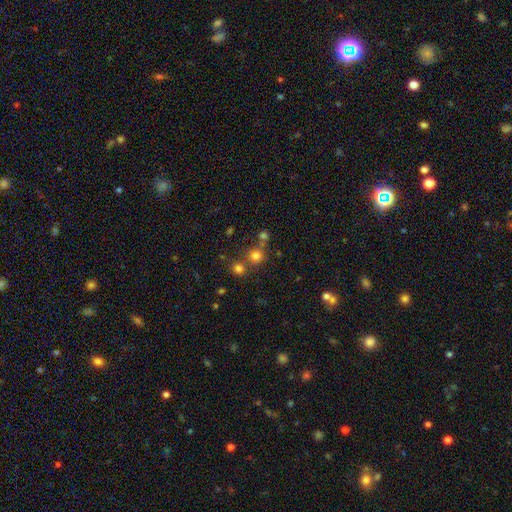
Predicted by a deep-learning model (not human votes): smooth-or-featured: smooth: 72% | star or artifact: 20% | featured or disk: 8%
  how-rounded: round: 90% | in between: 9% | cigar-shaped: 1%
  merging: none: 65% | merger: 24% | minor disturbance: 8% | major disturbance: 4%